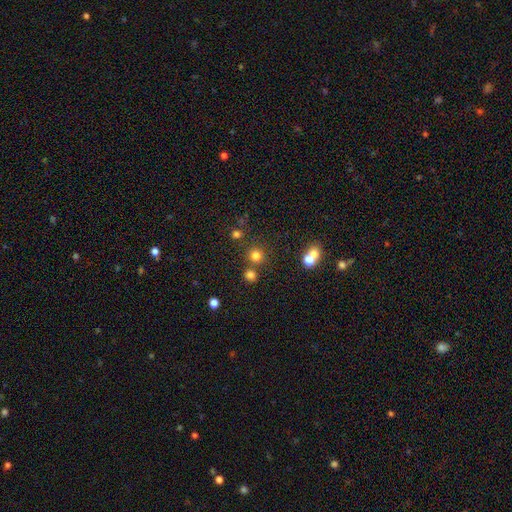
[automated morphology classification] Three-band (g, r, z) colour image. It shows a smooth galaxy with no disk features (76%) that is round (93%). Merging: none (75%).